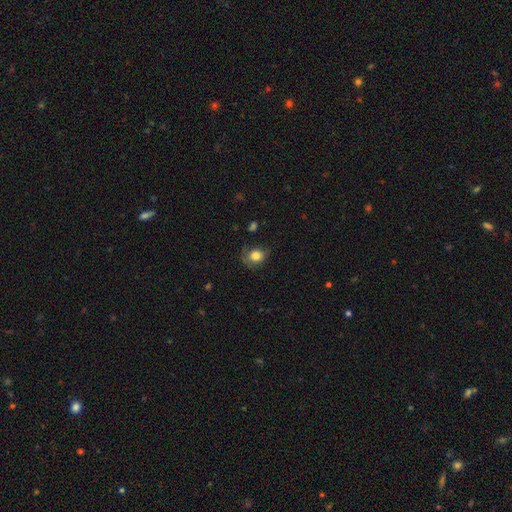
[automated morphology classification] The model was most divided on "how rounded": round: 60%, in between: 39%, cigar-shaped: 1%. More confident: smooth or featured — smooth (77%); merging — none (60%).